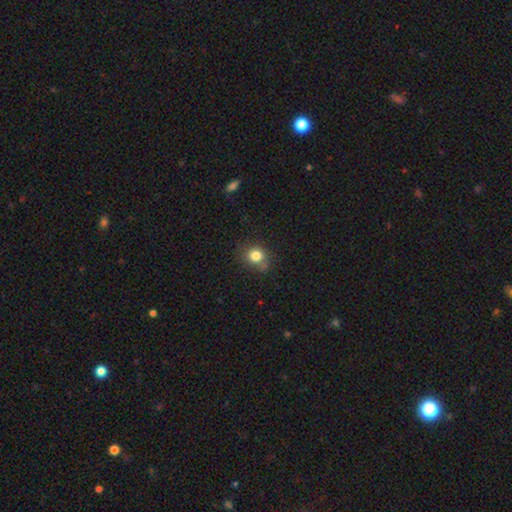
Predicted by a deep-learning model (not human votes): The model was most divided on "merging": none: 72%, minor disturbance: 19%, major disturbance: 5%, merger: 4%. More confident: smooth or featured — smooth (82%); how rounded — round (77%).